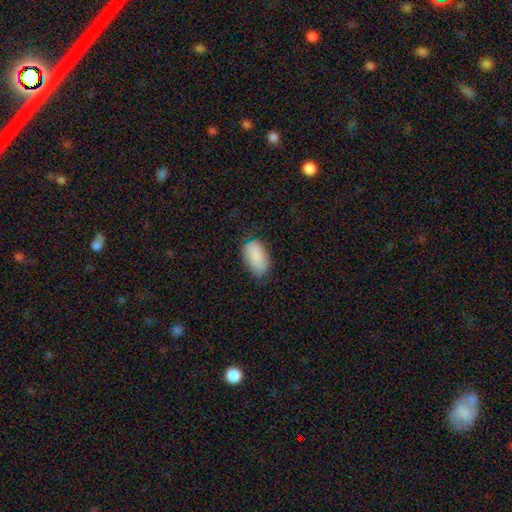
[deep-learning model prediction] Morphology: type=smooth (89%); roundness=in between (94%); merging=none (73%).